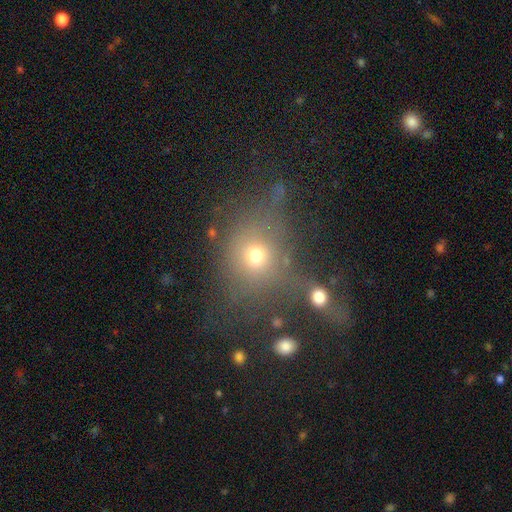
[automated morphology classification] smooth-or-featured: smooth: 62% | star or artifact: 23% | featured or disk: 15%
  how-rounded: round: 73% | in between: 25% | cigar-shaped: 2%
  merging: none: 52% | merger: 19% | minor disturbance: 15% | major disturbance: 15%